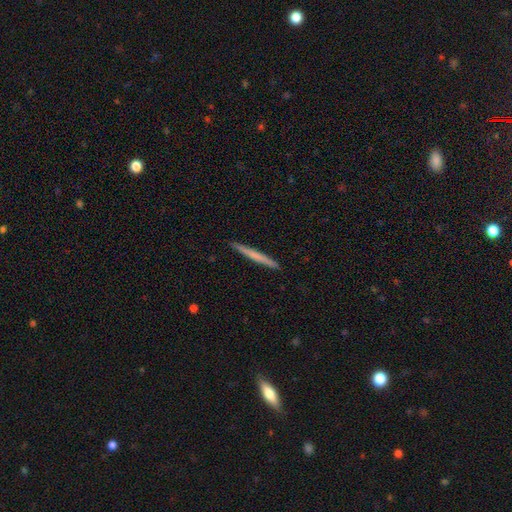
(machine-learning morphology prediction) Smooth or featured? smooth (55%)
How rounded? cigar-shaped (97%)
Merging? none (92%)